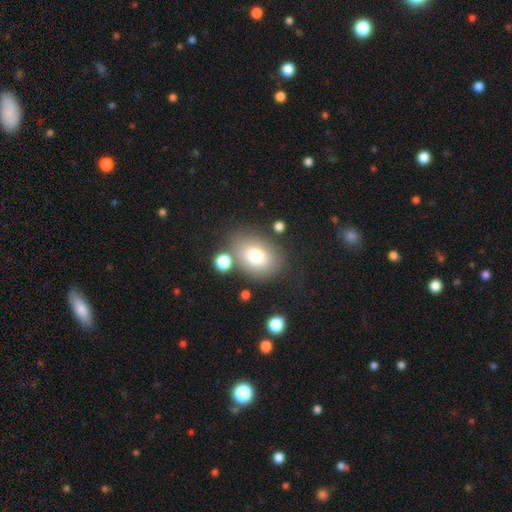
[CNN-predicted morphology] smooth-or-featured: smooth: 75% | featured or disk: 14% | star or artifact: 11%
  how-rounded: in between: 66% | round: 32% | cigar-shaped: 1%
  merging: none: 71% | minor disturbance: 14% | merger: 9% | major disturbance: 6%